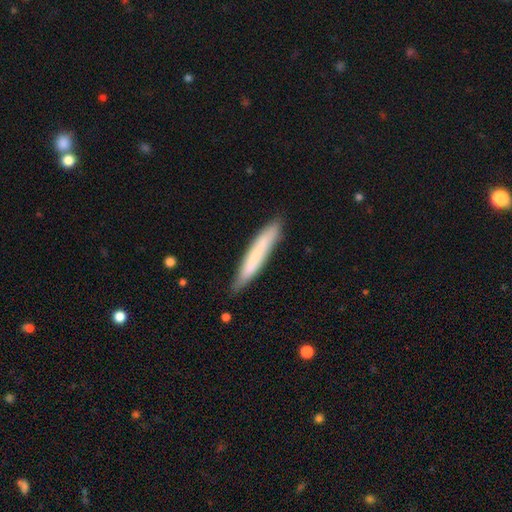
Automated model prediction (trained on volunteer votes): A smooth galaxy with no disk features (69%) that is cigar-shaped (93%). Merging: none (81%).